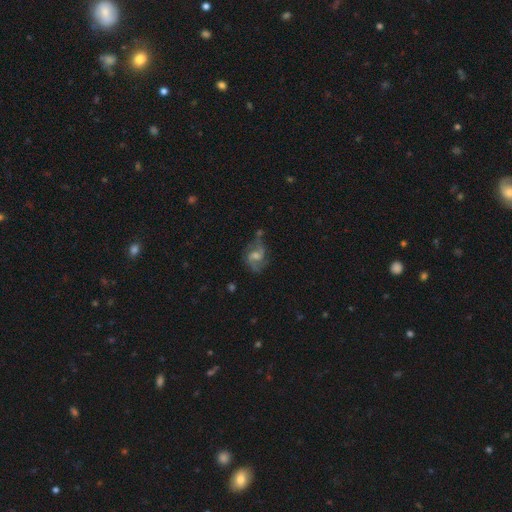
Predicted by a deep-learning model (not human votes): Smooth or featured? Predicted: featured or disk (p=0.74). Edge-on disk? Predicted: no (p=0.97). Bar? Predicted: weak (p=0.51). Spiral arms? Predicted: yes (p=0.91). Spiral winding? Predicted: medium (p=0.46). Spiral arm count? Predicted: 2 (p=0.78). Bulge size? Predicted: moderate (p=0.51). Merging? Predicted: none (p=0.62).